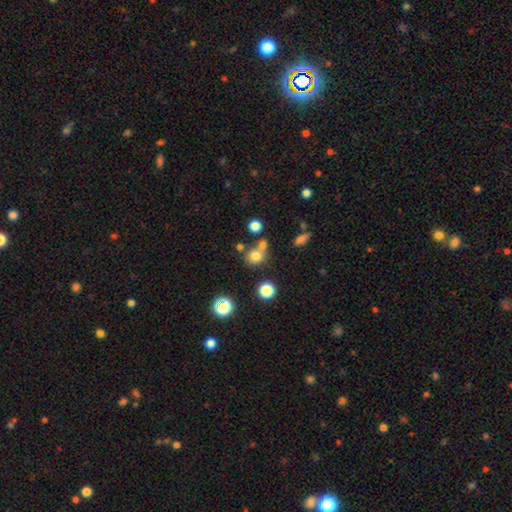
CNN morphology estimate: A smooth galaxy with no disk features (73%) that is round (81%). Merging: none (54%).